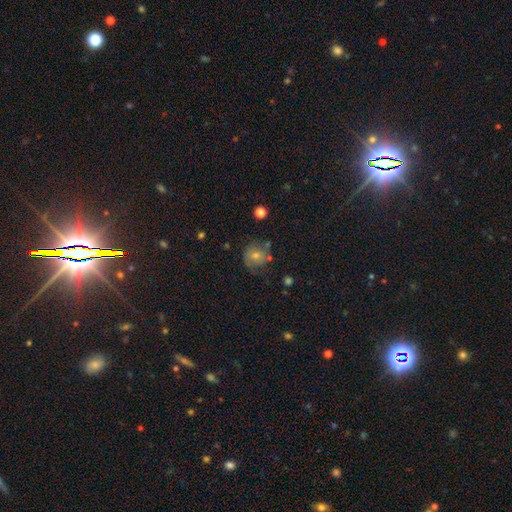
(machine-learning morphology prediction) Q: Smooth or featured?
A: smooth (64%); runner-up: featured or disk (26%)
Q: How rounded?
A: round (82%); runner-up: in between (17%)
Q: Merging?
A: none (57%); runner-up: minor disturbance (25%)